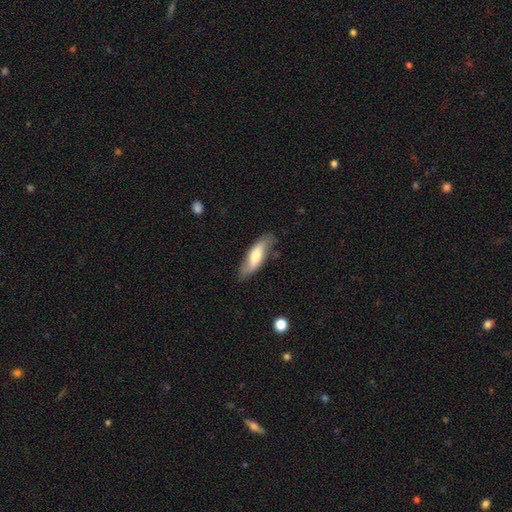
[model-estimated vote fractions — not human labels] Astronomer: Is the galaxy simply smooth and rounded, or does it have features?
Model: smooth — 54% (runner-up: featured or disk, 40%).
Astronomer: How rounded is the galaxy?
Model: in between — 58% (runner-up: cigar-shaped, 39%).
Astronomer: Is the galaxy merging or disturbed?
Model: none — 74%.